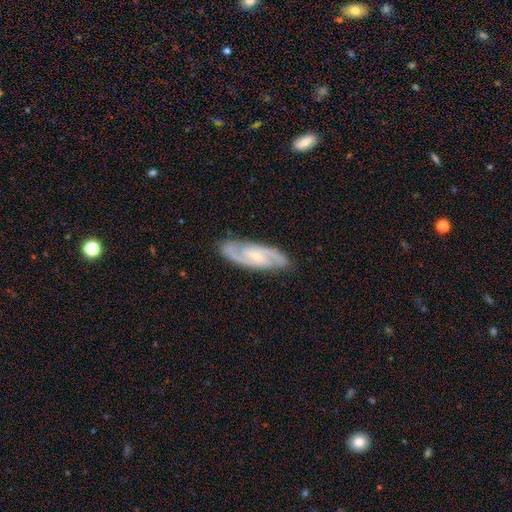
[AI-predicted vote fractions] Smooth or featured? Predicted: featured or disk (p=0.86). Edge-on disk? Predicted: no (p=0.92). Bar? Predicted: weak (p=0.43). Spiral arms? Predicted: yes (p=0.97). Spiral winding? Predicted: medium (p=0.51). Spiral arm count? Predicted: 2 (p=0.87). Bulge size? Predicted: small (p=0.68). Merging? Predicted: none (p=0.85).